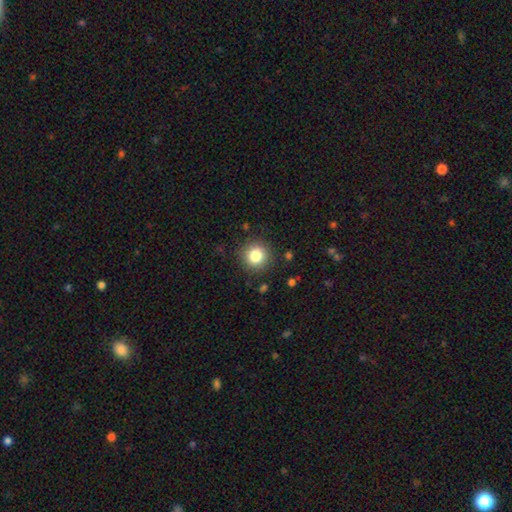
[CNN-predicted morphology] The model was most divided on "smooth or featured": smooth: 82%, star or artifact: 11%, featured or disk: 7%. More confident: how rounded — round (93%); merging — none (89%).